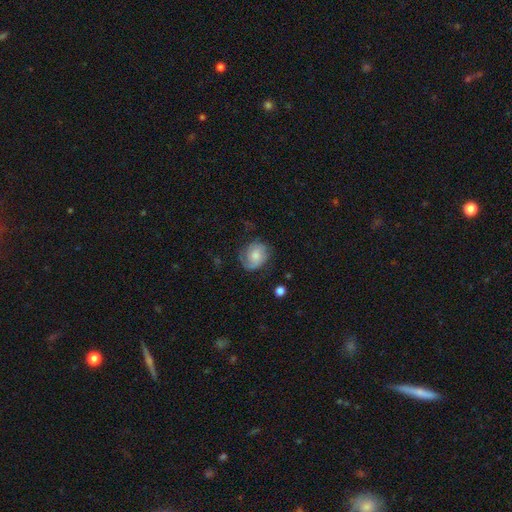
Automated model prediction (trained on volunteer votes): This is possibly a smooth galaxy (49%). Merging: likely none (61%).